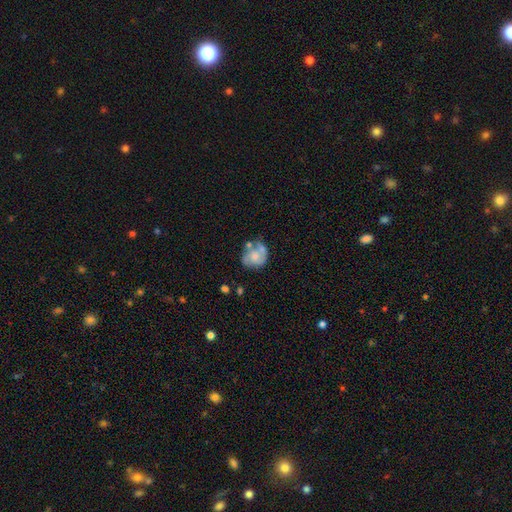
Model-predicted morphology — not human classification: Smooth or featured? Predicted: featured or disk (p=0.50). Edge-on disk? Predicted: no (p=0.98). Merging? Predicted: none (p=0.36).